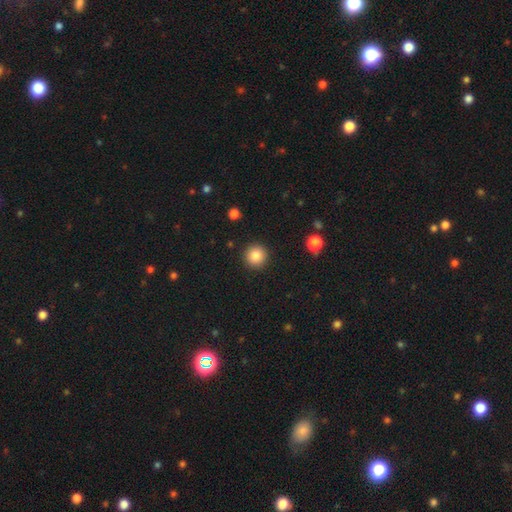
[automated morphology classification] This is clearly a smooth galaxy (86%). How rounded: clearly round (95%). Merging: clearly none (92%).